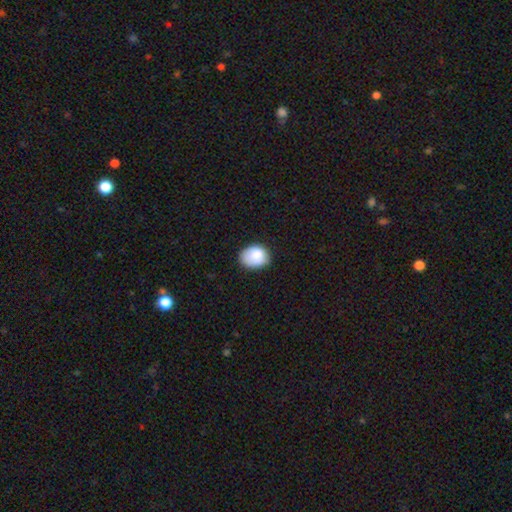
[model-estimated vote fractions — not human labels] Overall: smooth (86%). How rounded: in between (60%; round 39%). Merging: none (71%).